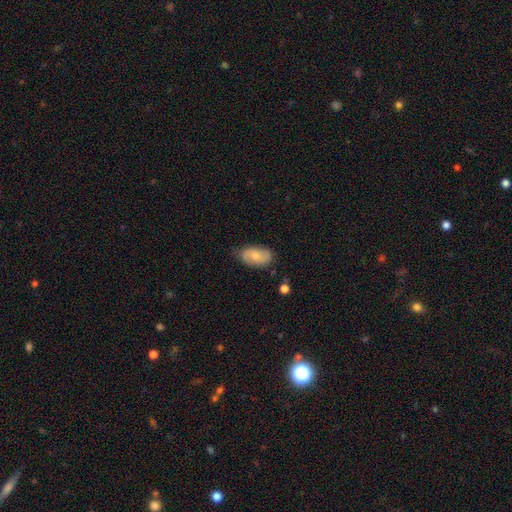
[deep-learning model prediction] Overall: smooth (54%; featured or disk 39%). How rounded: in between (91%). Merging: none (73%).